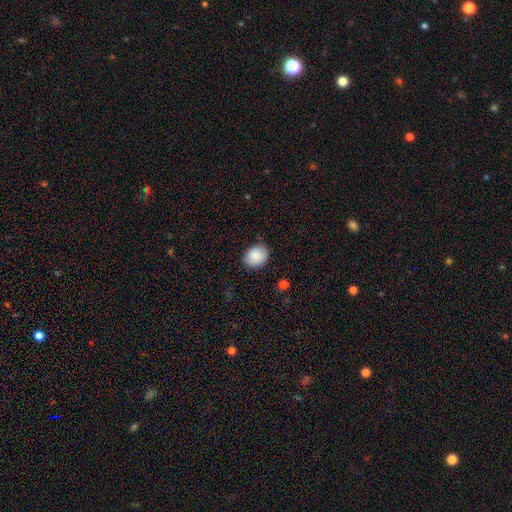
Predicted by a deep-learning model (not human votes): Q: Smooth or featured?
A: smooth (89%); runner-up: star or artifact (7%)
Q: How rounded?
A: round (51%); runner-up: in between (48%)
Q: Merging?
A: none (81%); runner-up: minor disturbance (15%)